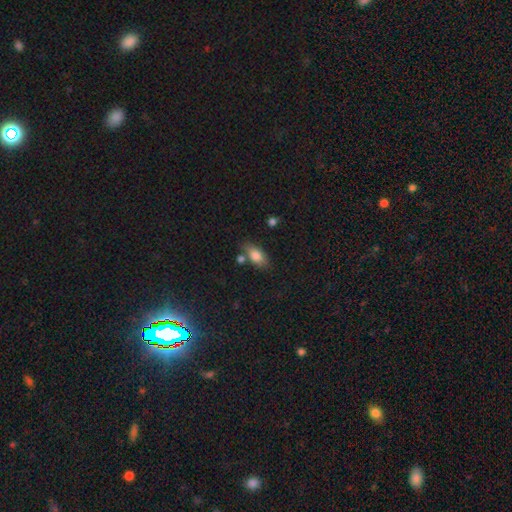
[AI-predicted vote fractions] The model was most divided on "merging": none: 68%, minor disturbance: 17%, merger: 11%, major disturbance: 4%. More confident: how rounded — in between (87%); smooth or featured — smooth (80%).